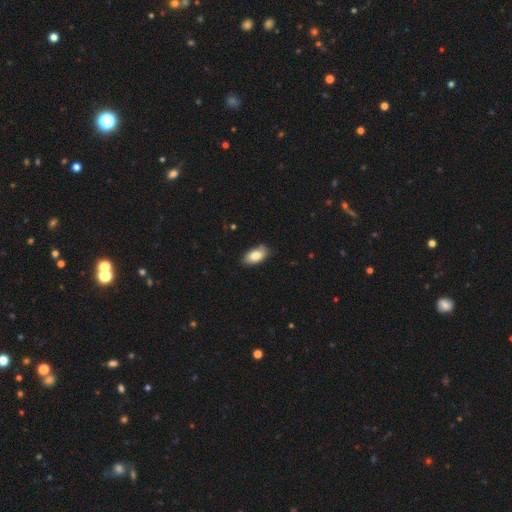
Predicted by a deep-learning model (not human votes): Smooth or featured: smooth — 84% (featured or disk — 10%)
How rounded: in between — 93% (cigar-shaped — 3%)
Merging: none — 84% (minor disturbance — 13%)